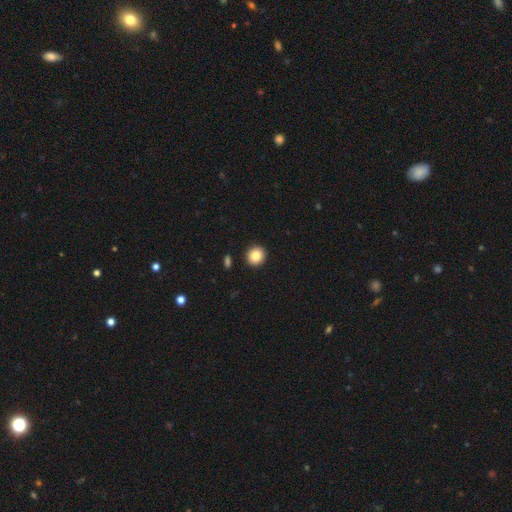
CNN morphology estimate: The model was most divided on "smooth or featured": smooth: 83%, star or artifact: 9%, featured or disk: 7%. More confident: how rounded — round (93%); merging — none (92%).